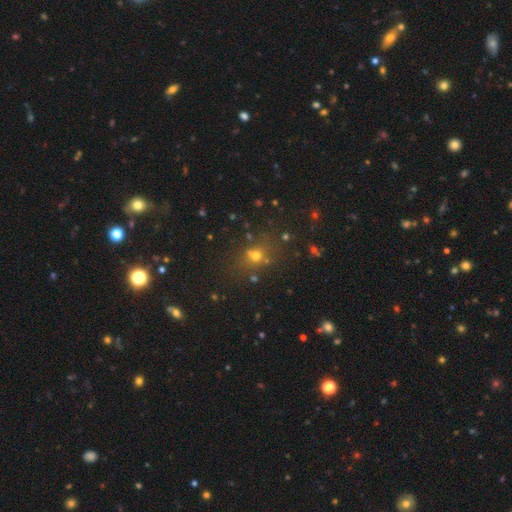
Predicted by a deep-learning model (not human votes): A smooth galaxy with no disk features (59%) that is round (67%). Merging: none (67%).